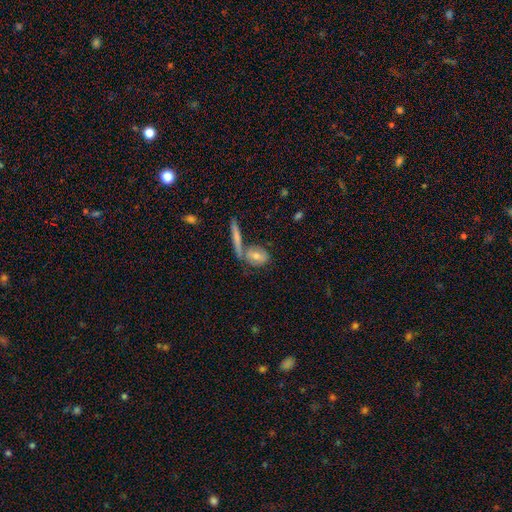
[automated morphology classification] A featured or disk galaxy (44%). Merging: none (57%).